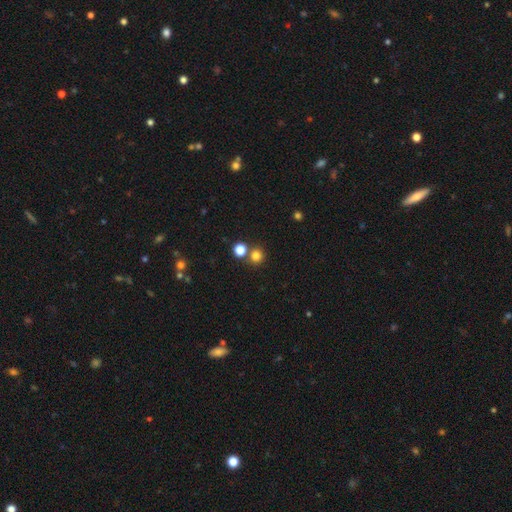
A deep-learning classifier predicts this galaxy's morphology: This appears to be a smooth galaxy with no disk features (79%) that is round (91%). Merging: none (72%).